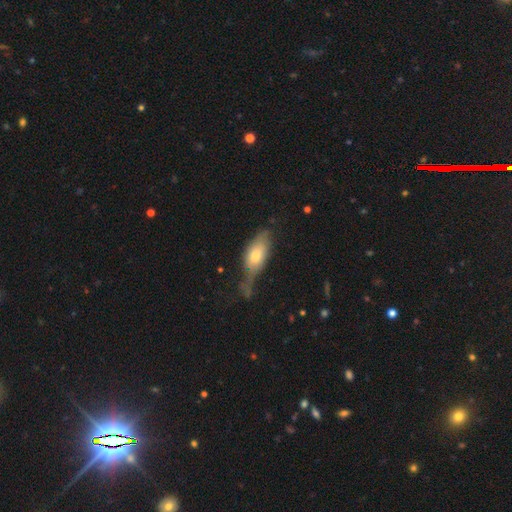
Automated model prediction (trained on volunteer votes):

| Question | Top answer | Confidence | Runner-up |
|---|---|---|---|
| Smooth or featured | smooth | 65% | featured or disk (28%) |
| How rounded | in between | 83% | cigar-shaped (14%) |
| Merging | minor disturbance | 36% | none (32%) |